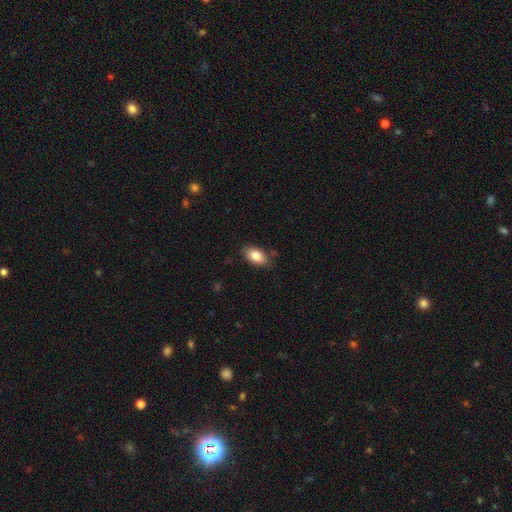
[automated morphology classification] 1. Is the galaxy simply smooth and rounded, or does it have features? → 83% smooth, 9% featured or disk, 7% star or artifact.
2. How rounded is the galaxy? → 92% in between, 6% round, 3% cigar-shaped.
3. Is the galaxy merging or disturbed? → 82% none, 13% minor disturbance, 3% major disturbance, 2% merger.